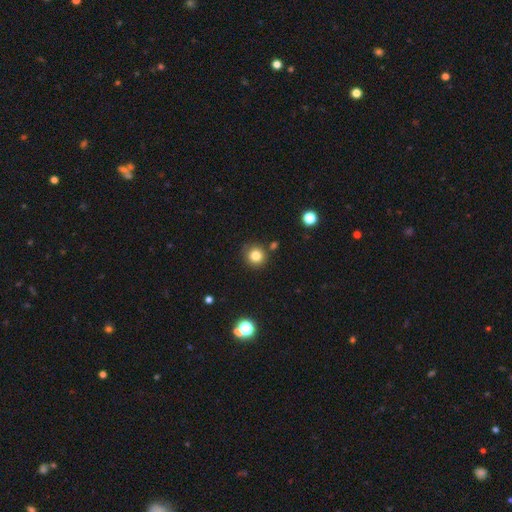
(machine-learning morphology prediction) smooth 82%, star or artifact 12%, featured or disk 6%. Down the decision tree: how rounded — round (93%); merging — none (85%).